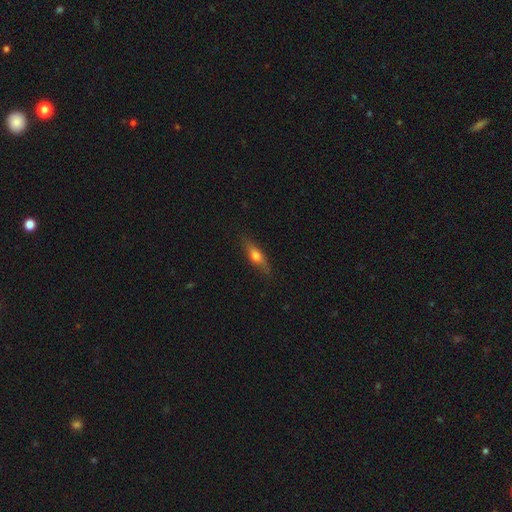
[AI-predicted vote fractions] This appears to be a smooth galaxy with no disk features (53%) that is cigar-shaped (55%). Merging: none (83%).